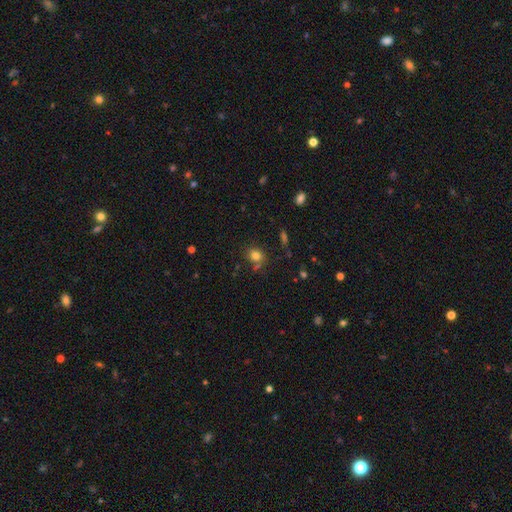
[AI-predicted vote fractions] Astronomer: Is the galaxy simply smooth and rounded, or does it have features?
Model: smooth — 78%.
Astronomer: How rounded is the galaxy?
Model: round — 62%.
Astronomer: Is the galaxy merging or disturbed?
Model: none — 72%.